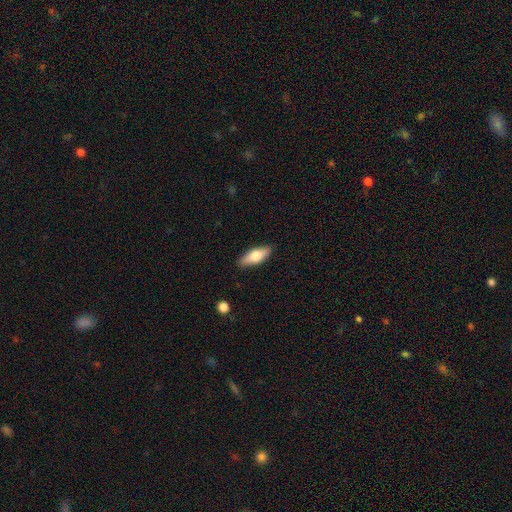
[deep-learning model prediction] smooth_or_featured: smooth (p=0.69) [alt: featured or disk p=0.25]
how_rounded: in between (p=0.68) [alt: cigar-shaped p=0.30]
merging: none (p=0.88) [alt: minor disturbance p=0.09]